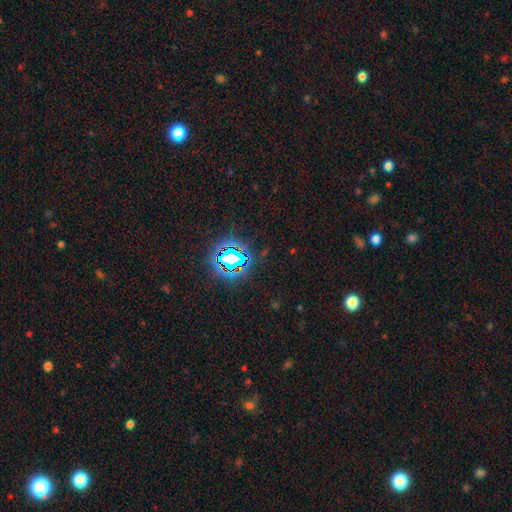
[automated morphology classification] Smooth or featured?
  - star or artifact: 80% *
  - smooth: 13%
  - featured or disk: 7%